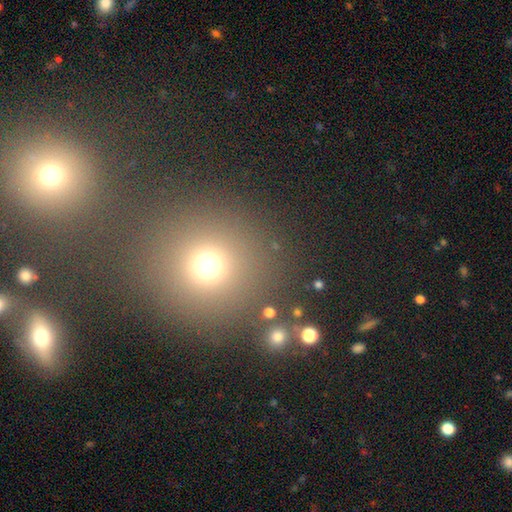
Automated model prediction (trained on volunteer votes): Smooth or featured: smooth — 59% (star or artifact — 32%)
How rounded: round — 90% (in between — 9%)
Merging: none — 75% (merger — 13%)